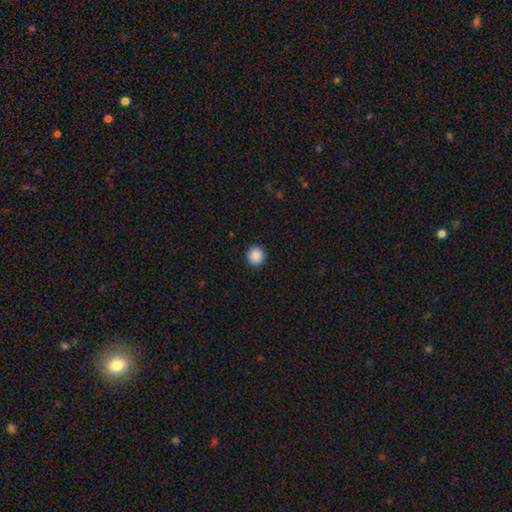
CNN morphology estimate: A smooth galaxy with no disk features (89%) that is round (93%).

Vote fractions:
- Smooth or featured? smooth: 89% / star or artifact: 9% / featured or disk: 2%
- How rounded? round: 93% / in between: 6% / cigar-shaped: 1%
- Merging? none: 93% / minor disturbance: 5% / major disturbance: 2% / merger: 1%